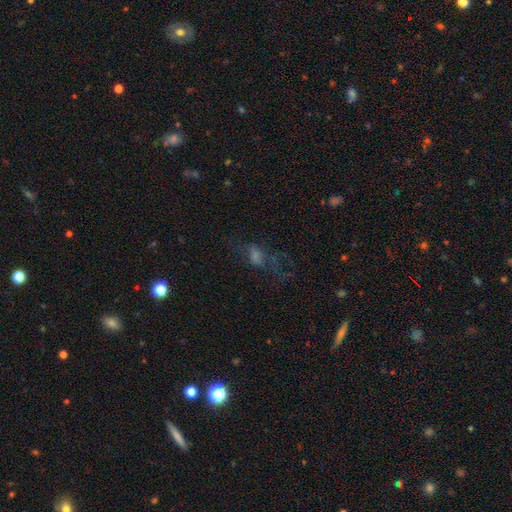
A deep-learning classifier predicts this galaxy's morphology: Smooth or featured: smooth — 36% (tied with featured or disk — 36%)
Merging: none — 44% (major disturbance — 35%)